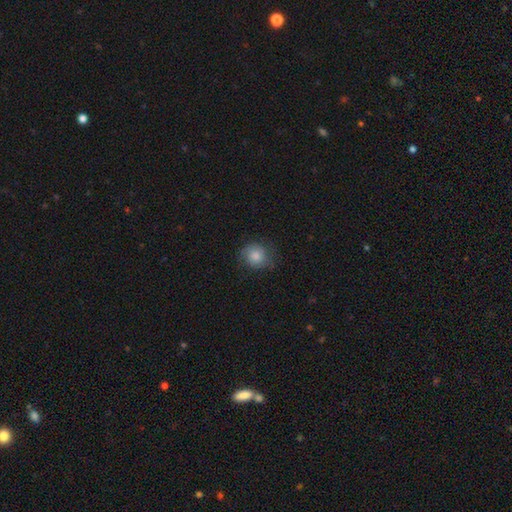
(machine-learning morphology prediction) Smooth or featured: smooth — 72% (featured or disk — 19%)
How rounded: round — 80% (in between — 20%)
Merging: none — 67% (minor disturbance — 23%)